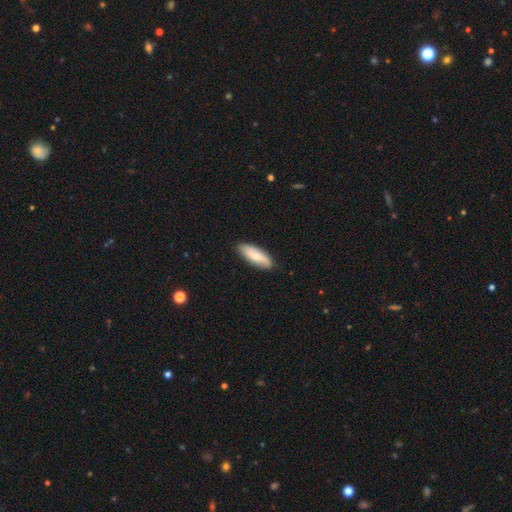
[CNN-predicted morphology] A smooth galaxy with no disk features (70%) that is in between round and cigar-shaped (68%). Merging: none (86%).